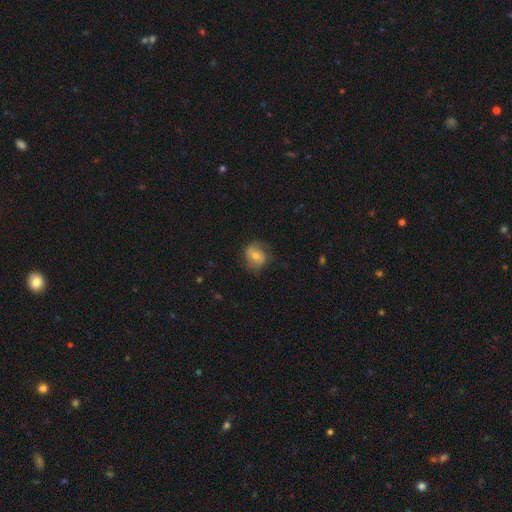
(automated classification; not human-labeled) smooth-or-featured: smooth: 54% | featured or disk: 38% | star or artifact: 8%
  how-rounded: round: 71% | in between: 28% | cigar-shaped: 1%
  merging: none: 69% | minor disturbance: 21% | major disturbance: 9% | merger: 1%